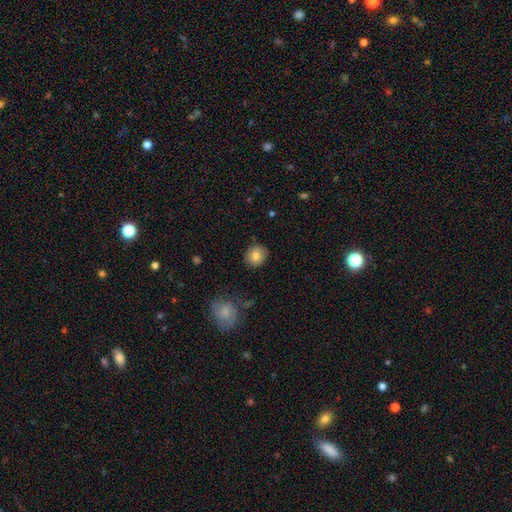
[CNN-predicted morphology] smooth 80%, featured or disk 11%, star or artifact 9%. Down the decision tree: how rounded — round (76%); merging — none (86%).